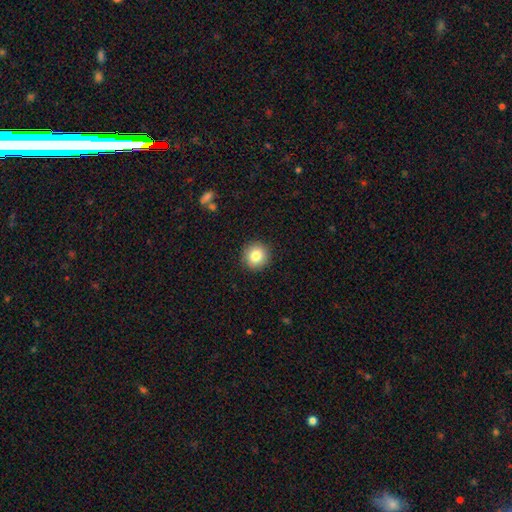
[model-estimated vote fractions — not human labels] Q: Smooth or featured?
A: smooth (83%); runner-up: star or artifact (10%)
Q: How rounded?
A: round (93%); runner-up: in between (6%)
Q: Merging?
A: none (92%); runner-up: minor disturbance (6%)